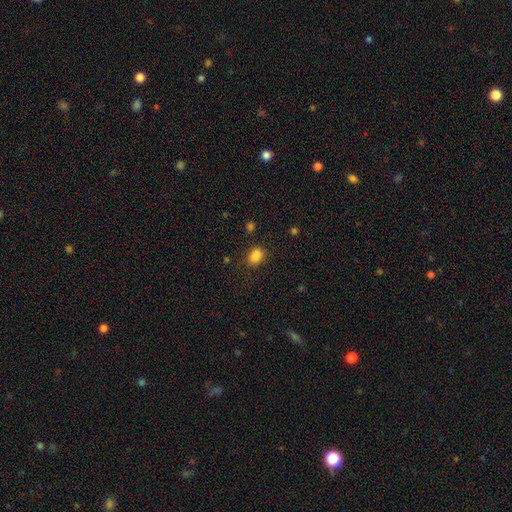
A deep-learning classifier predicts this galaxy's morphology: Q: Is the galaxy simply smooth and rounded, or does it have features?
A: smooth — 85%.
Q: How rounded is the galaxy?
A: in between — 68%.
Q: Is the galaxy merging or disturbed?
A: none — 74%.